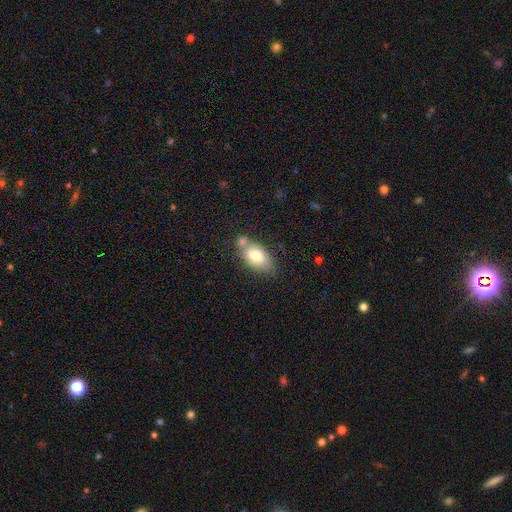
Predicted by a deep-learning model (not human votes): smooth 75%, featured or disk 17%, star or artifact 8%. Down the decision tree: how rounded — in between (88%); merging — none (48%).